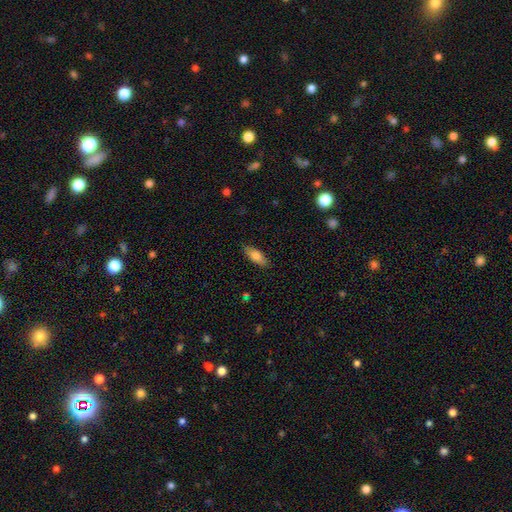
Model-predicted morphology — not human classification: Overall: smooth (78%). How rounded: in between (72%). Merging: none (85%).